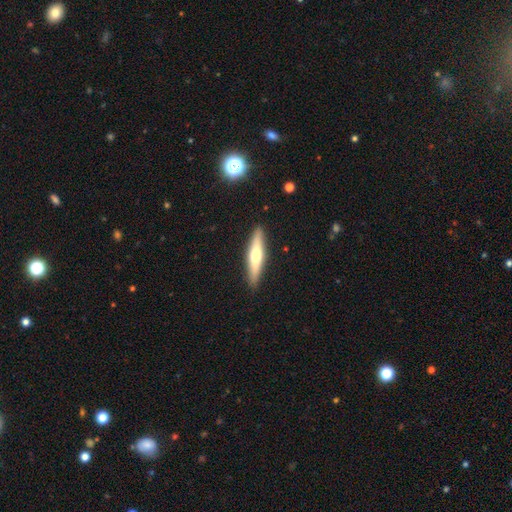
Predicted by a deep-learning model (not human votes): A smooth galaxy with no disk features (50%). Merging: none (90%).